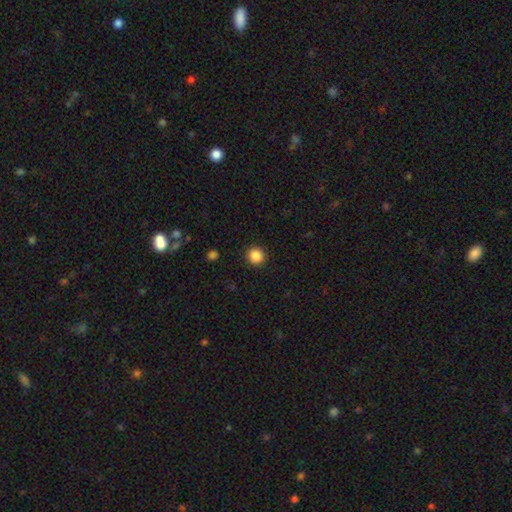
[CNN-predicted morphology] The model was most divided on "smooth or featured": smooth: 87%, star or artifact: 10%, featured or disk: 3%. More confident: how rounded — round (95%); merging — none (92%).